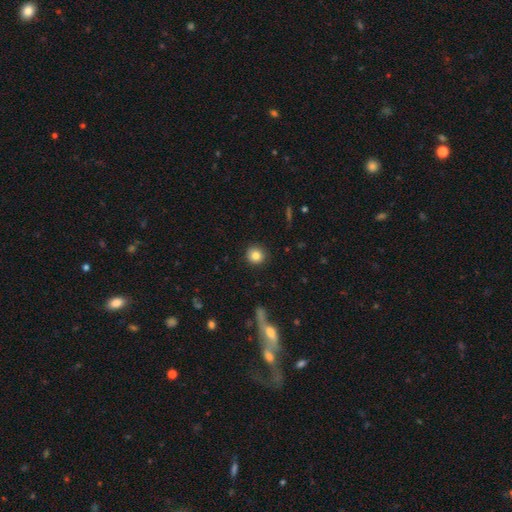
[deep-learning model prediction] Smooth or featured? smooth (84%)
How rounded? round (91%)
Merging? none (91%)